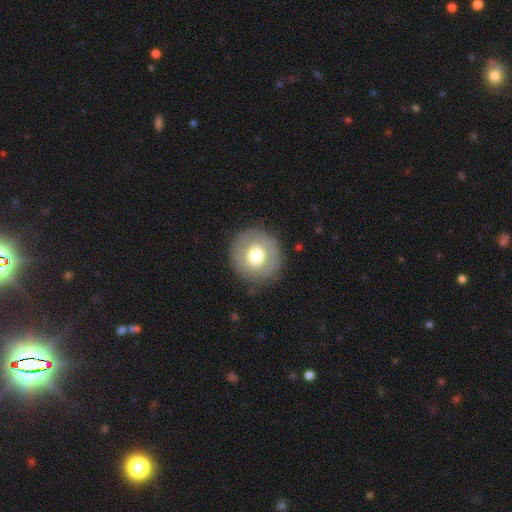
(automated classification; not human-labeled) Smooth or featured? Predicted: smooth (p=0.58). How rounded? Predicted: round (p=0.92). Merging? Predicted: none (p=0.84).